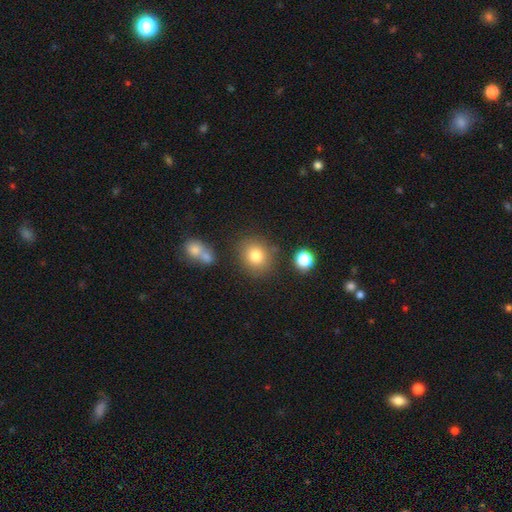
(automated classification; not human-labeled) A smooth galaxy with no disk features (80%) that is round (78%).

Vote fractions:
- Smooth or featured? smooth: 80% / star or artifact: 12% / featured or disk: 8%
- How rounded? round: 78% / in between: 21% / cigar-shaped: 1%
- Merging? none: 79% / minor disturbance: 11% / merger: 6% / major disturbance: 4%